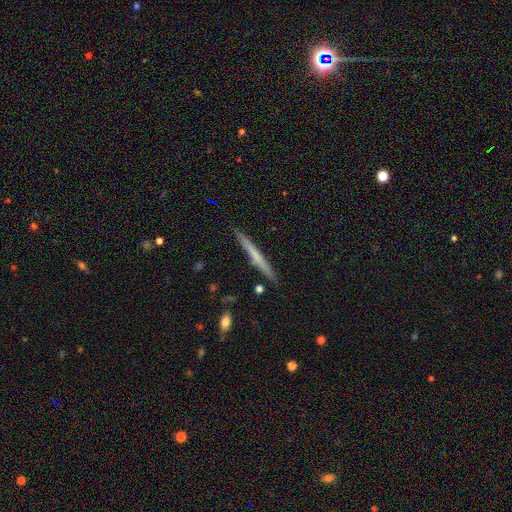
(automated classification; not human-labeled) Smooth or featured? smooth (51%)
How rounded? cigar-shaped (97%)
Merging? none (90%)